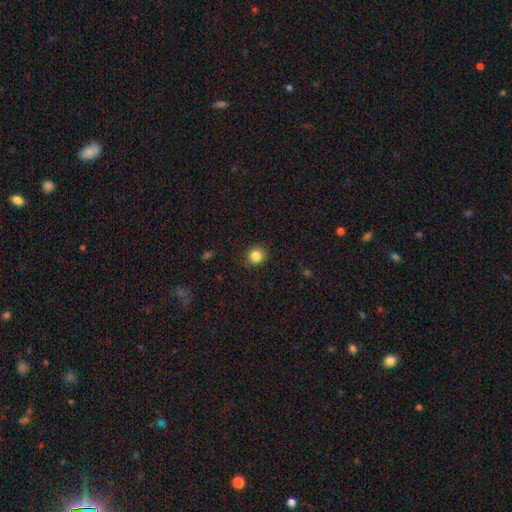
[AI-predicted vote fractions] The model was most divided on "smooth or featured": smooth: 85%, star or artifact: 11%, featured or disk: 4%. More confident: merging — none (88%); how rounded — round (88%).